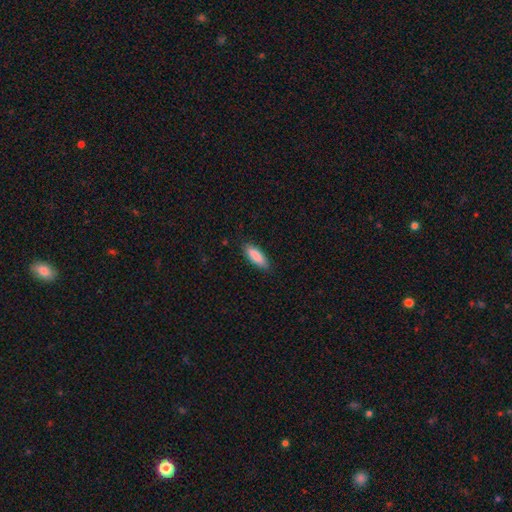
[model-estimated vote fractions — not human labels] This is clearly a smooth galaxy (88%). How rounded: likely in between (64%). Merging: clearly none (87%).